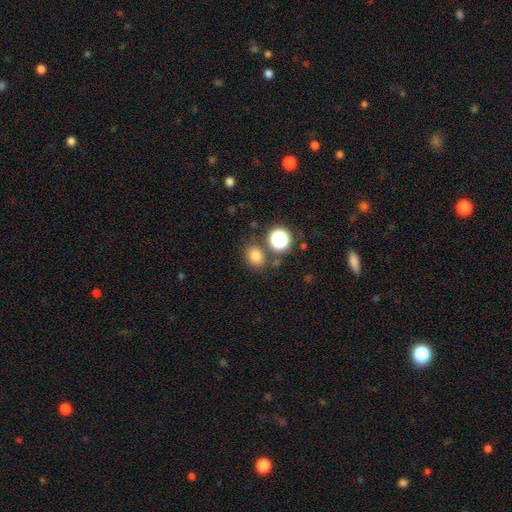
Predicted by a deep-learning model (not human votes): Smooth or featured: smooth — 77% (star or artifact — 17%)
How rounded: round — 55% (in between — 44%)
Merging: none — 76% (minor disturbance — 11%)